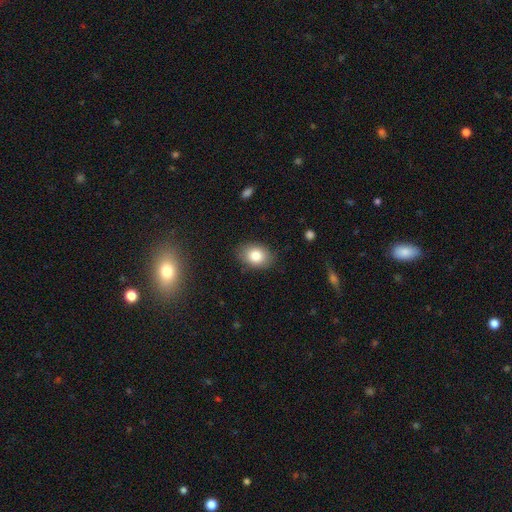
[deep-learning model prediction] Smooth or featured? smooth (82%)
How rounded? in between (76%)
Merging? none (85%)